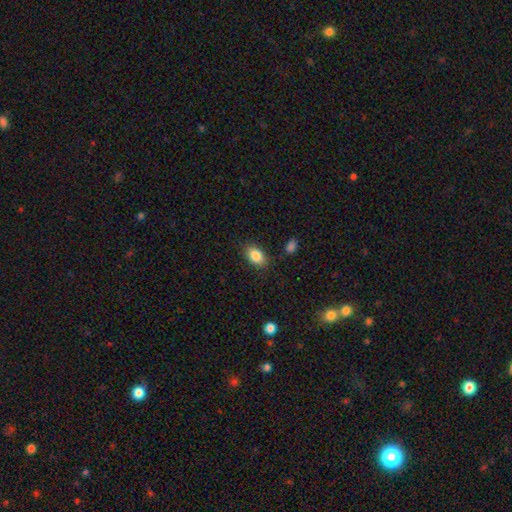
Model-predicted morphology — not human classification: type=smooth (85%); roundness=in between (88%); merging=none (84%).